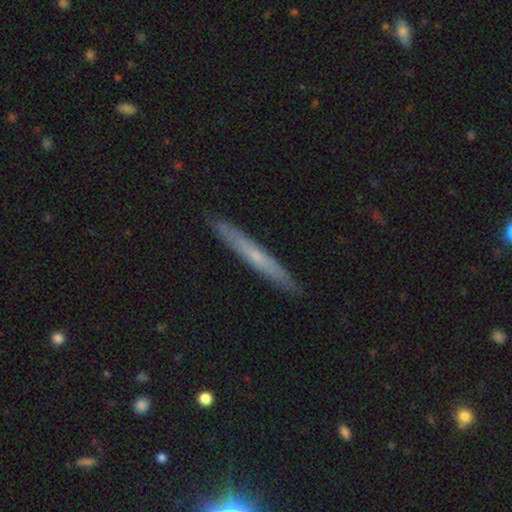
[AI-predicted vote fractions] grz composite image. It shows a featured or disk galaxy (50%). Merging: none (91%).